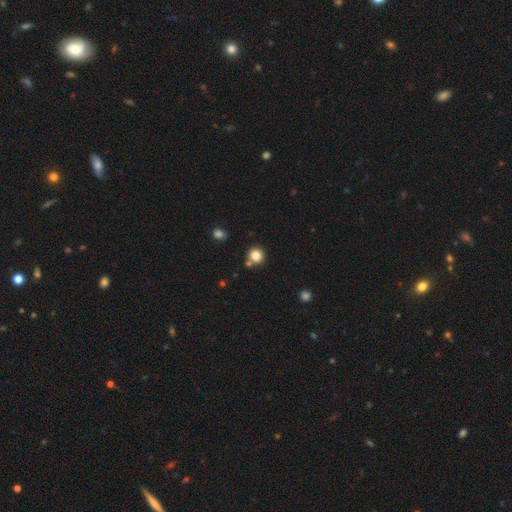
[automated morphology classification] type=smooth (84%); roundness=round (92%); merging=none (74%).